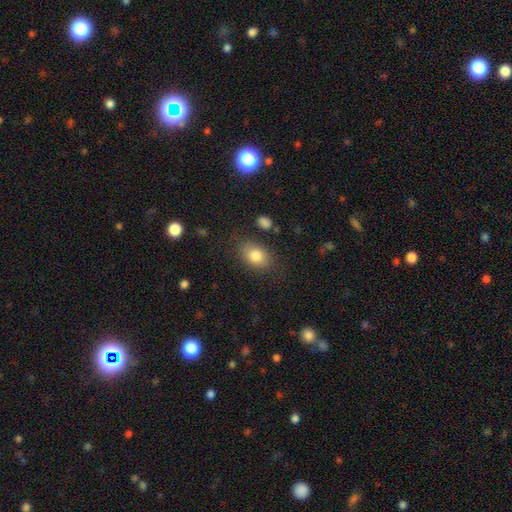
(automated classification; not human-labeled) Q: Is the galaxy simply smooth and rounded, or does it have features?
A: smooth — 82%.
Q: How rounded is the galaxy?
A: in between — 77%.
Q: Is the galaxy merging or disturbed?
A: none — 77%.